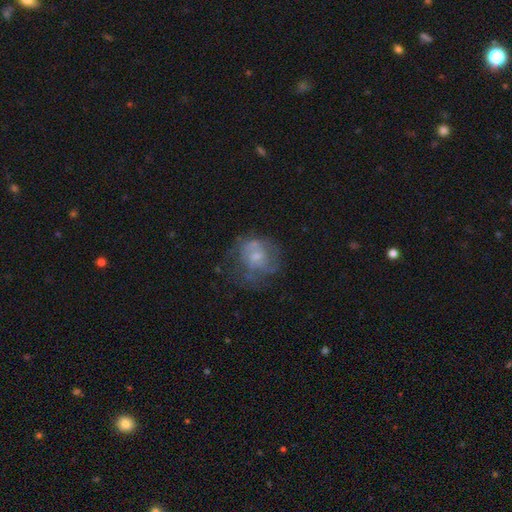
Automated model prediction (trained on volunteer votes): Smooth or featured: featured or disk — 55% (smooth — 34%)
Edge-on disk: no — 98% (yes — 2%)
Bar: no — 75% (weak — 22%)
Spiral arms: no — 54% (yes — 46%)
Bulge size: small — 51% (moderate — 33%)
Merging: none — 48% (major disturbance — 25%)